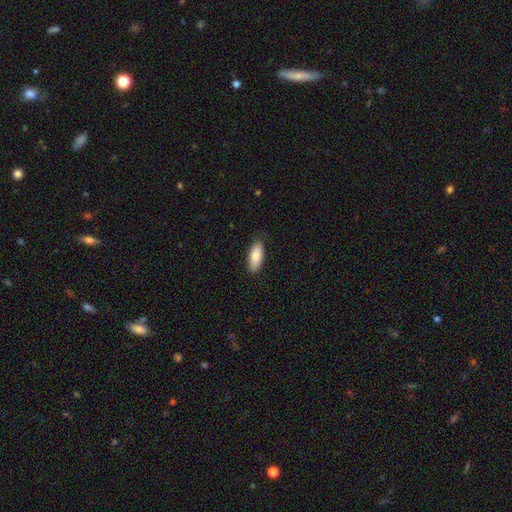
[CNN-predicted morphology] type=smooth (82%); roundness=in between (82%); merging=none (87%).